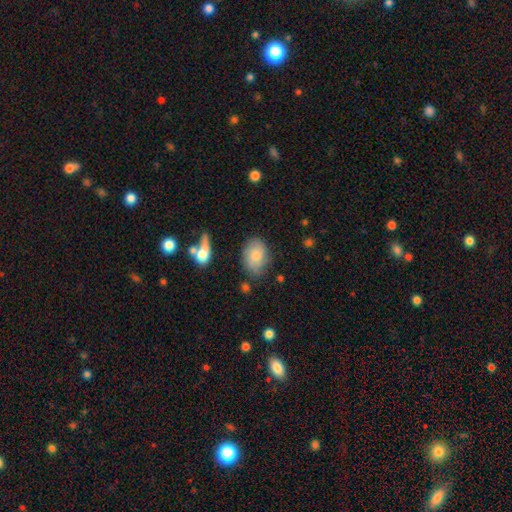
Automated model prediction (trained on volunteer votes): smooth-or-featured: smooth: 72% | featured or disk: 21% | star or artifact: 7%
  how-rounded: in between: 82% | round: 16% | cigar-shaped: 2%
  merging: none: 69% | minor disturbance: 21% | major disturbance: 6% | merger: 4%